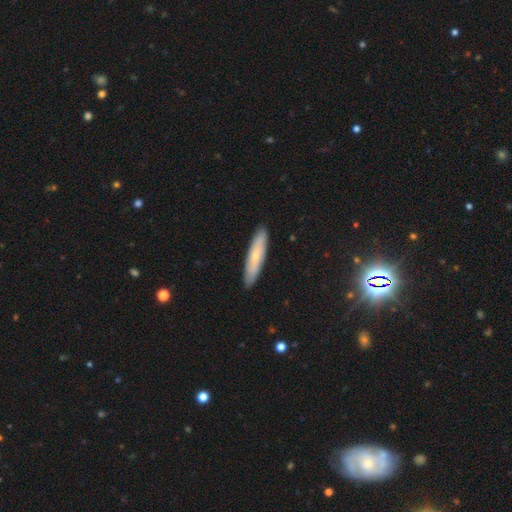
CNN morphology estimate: type=smooth (62%); roundness=cigar-shaped (80%); merging=none (89%).